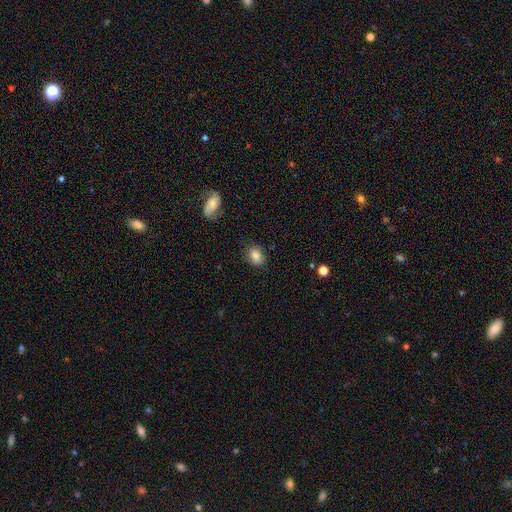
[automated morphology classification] smooth-or-featured: smooth: 83% | star or artifact: 9% | featured or disk: 8%
  how-rounded: in between: 59% | round: 39% | cigar-shaped: 1%
  merging: none: 78% | minor disturbance: 16% | major disturbance: 4% | merger: 2%